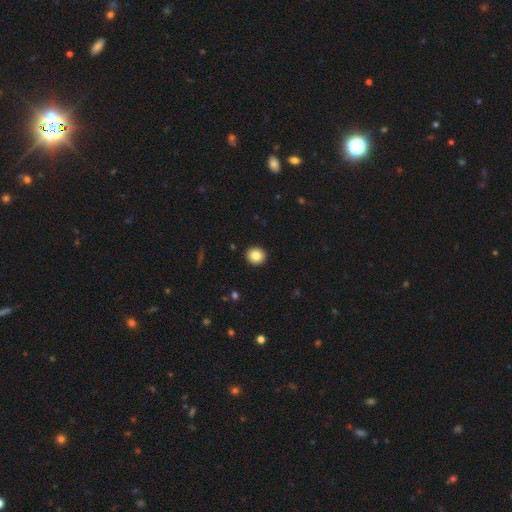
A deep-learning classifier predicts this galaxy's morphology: The model was most divided on "smooth or featured": smooth: 84%, star or artifact: 9%, featured or disk: 7%. More confident: merging — none (93%); how rounded — round (88%).